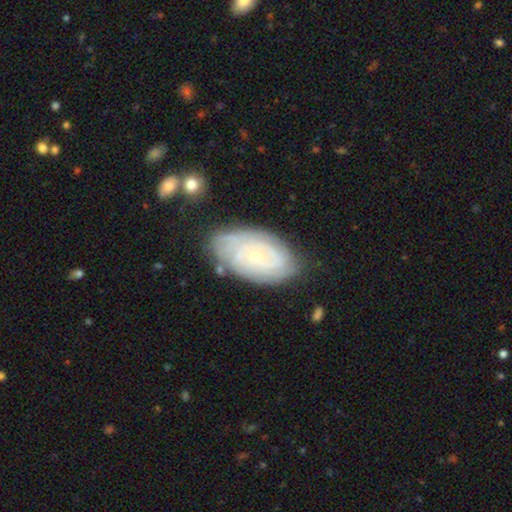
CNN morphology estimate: smooth-or-featured: featured or disk: 79% | smooth: 15% | star or artifact: 6%
  disk-edge-on: no: 95% | yes: 5%
    bar: no: 75% | weak: 21% | strong: 4%
    has-spiral-arms: yes: 92% | no: 8%
      spiral-winding: tight: 78% | medium: 17% | loose: 4%
      spiral-arm-count: can't tell: 43% | 2: 18% | 3: 16% | 4: 12% | more than 4: 6% | 1: 5%
    bulge-size: small: 77% | moderate: 20% | none: 1% | large: 1% | dominant: 1%
  merging: none: 73% | minor disturbance: 19% | major disturbance: 5% | merger: 2%